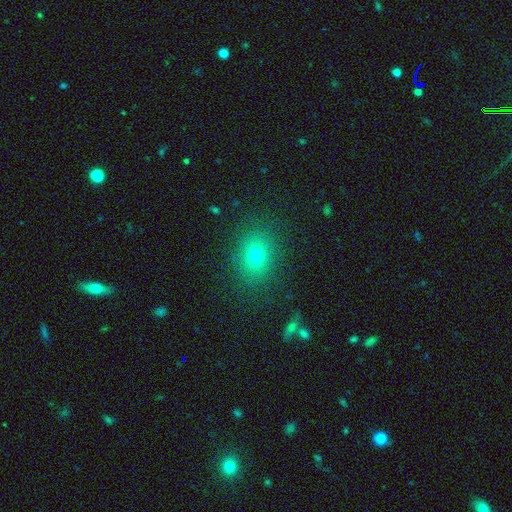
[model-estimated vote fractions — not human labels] Overall: smooth (72%). How rounded: in between (51%; round 48%). Merging: none (84%).